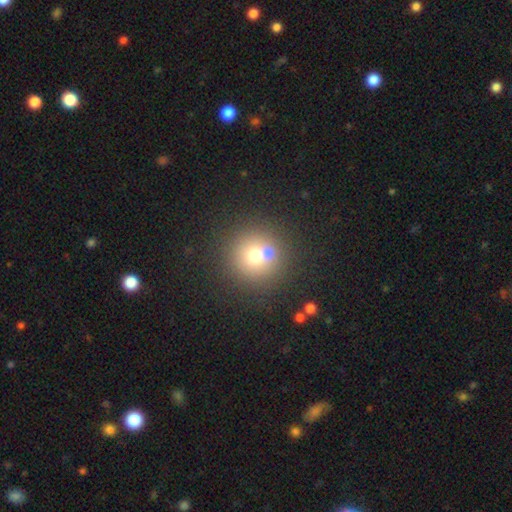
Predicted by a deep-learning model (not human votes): smooth 68%, featured or disk 17%, star or artifact 15%. Down the decision tree: how rounded — round (94%); merging — none (67%).